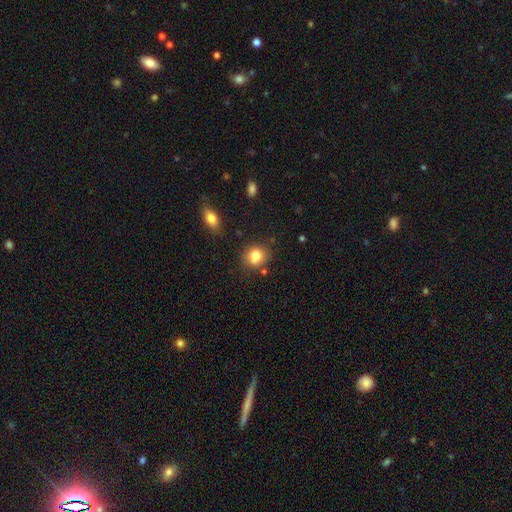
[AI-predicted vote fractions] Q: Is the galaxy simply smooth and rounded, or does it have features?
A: smooth — 81%.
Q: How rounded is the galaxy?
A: round — 67%.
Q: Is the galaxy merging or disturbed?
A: none — 74%.